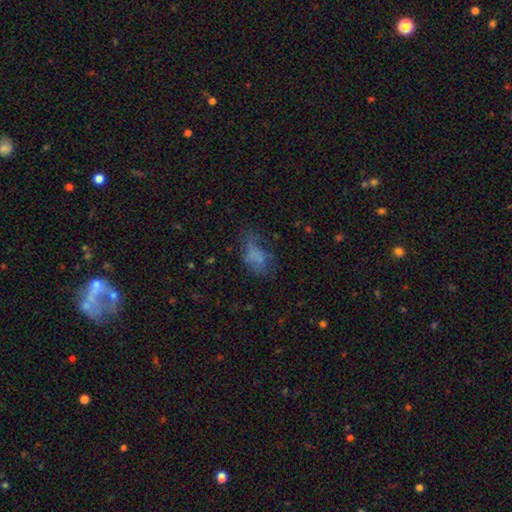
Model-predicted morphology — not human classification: Q: Smooth or featured?
A: smooth (55%); runner-up: featured or disk (27%)
Q: How rounded?
A: in between (85%); runner-up: round (10%)
Q: Merging?
A: major disturbance (38%); runner-up: none (33%)